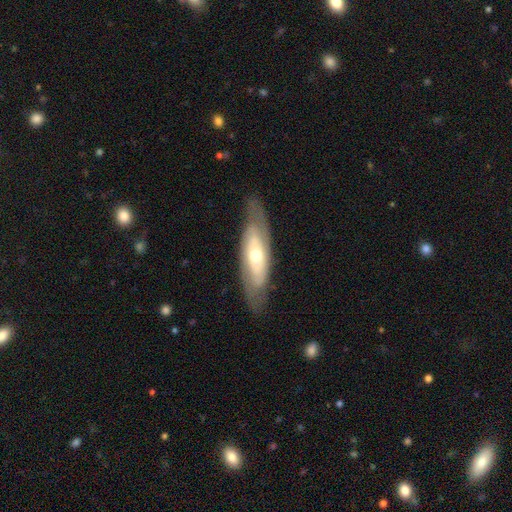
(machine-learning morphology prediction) Smooth or featured? Predicted: featured or disk (p=0.63). Edge-on disk? Predicted: no (p=0.72). Merging? Predicted: none (p=0.78).